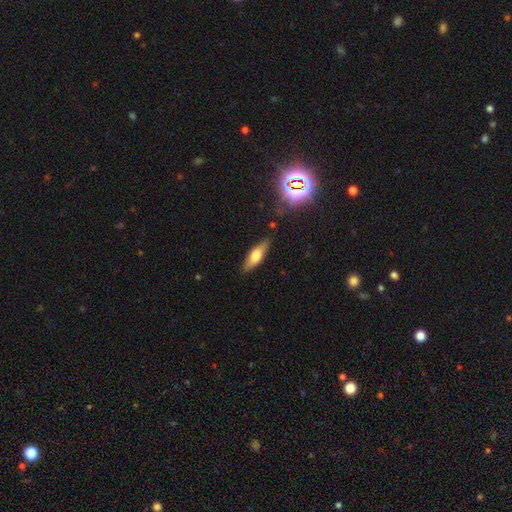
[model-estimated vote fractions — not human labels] Morphology: type=smooth (58%); roundness=in between (52%); merging=none (84%).